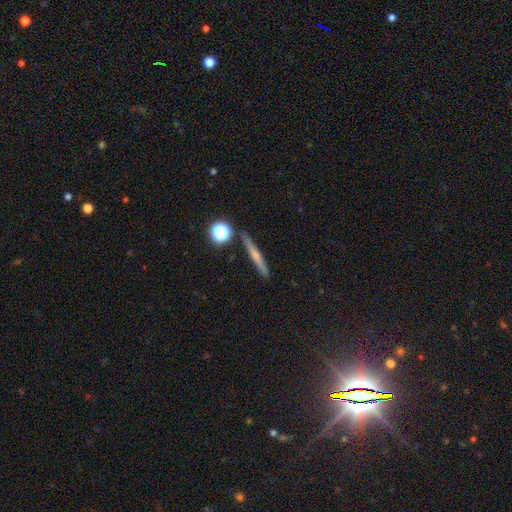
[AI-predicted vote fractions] A smooth galaxy with no disk features (47%).

Vote fractions:
- Smooth or featured? smooth: 47% / featured or disk: 42% / star or artifact: 11%
- Merging? none: 87% / minor disturbance: 7% / merger: 3% / major disturbance: 2%